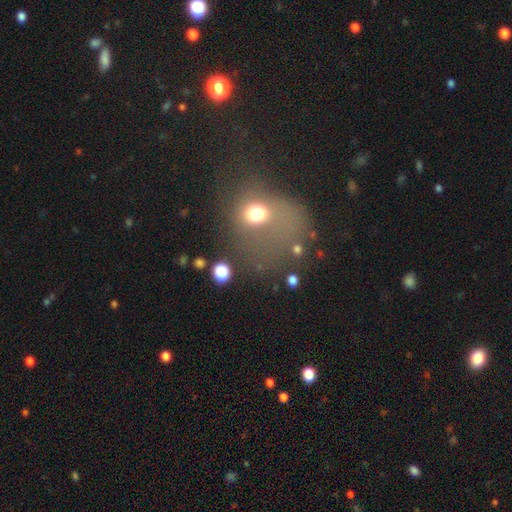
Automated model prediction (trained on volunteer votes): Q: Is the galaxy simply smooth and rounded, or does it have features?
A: smooth — 51%.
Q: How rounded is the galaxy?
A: round — 62%.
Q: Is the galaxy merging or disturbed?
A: major disturbance — 42%.